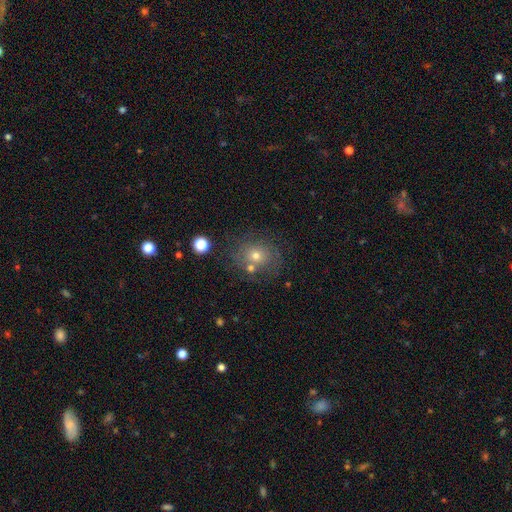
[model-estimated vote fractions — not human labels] smooth_or_featured: smooth (p=0.48) [alt: star or artifact p=0.26]
merging: none (p=0.72) [alt: minor disturbance p=0.12]